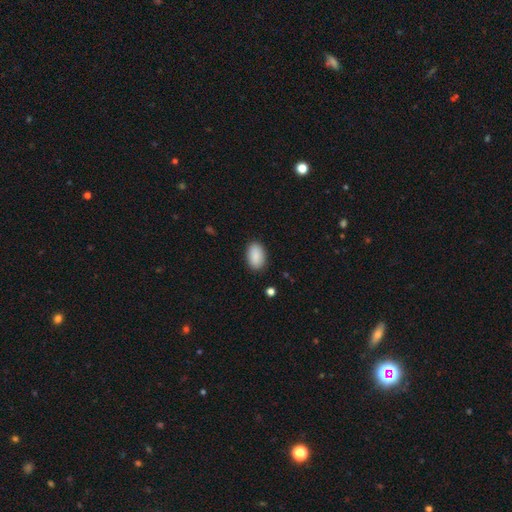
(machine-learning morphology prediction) This appears to be a smooth galaxy with no disk features (90%) that is in between round and cigar-shaped (93%). Merging: none (88%).